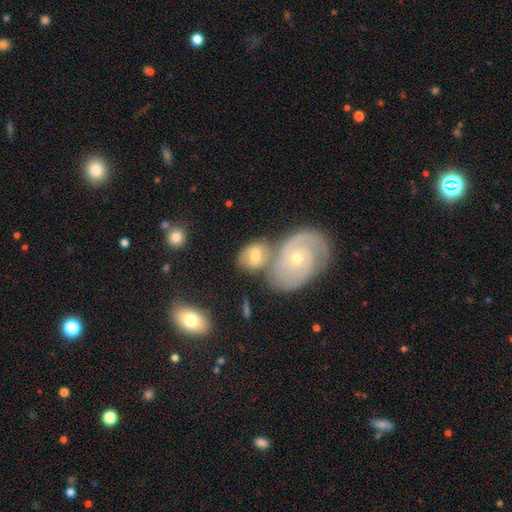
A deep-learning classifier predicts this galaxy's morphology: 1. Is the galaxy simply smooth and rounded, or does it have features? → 64% featured or disk, 27% smooth, 9% star or artifact.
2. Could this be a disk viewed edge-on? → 95% no, 5% yes.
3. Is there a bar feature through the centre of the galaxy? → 61% no, 31% weak, 8% strong.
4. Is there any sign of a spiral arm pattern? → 90% yes, 10% no.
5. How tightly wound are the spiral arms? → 54% tight, 37% medium, 9% loose.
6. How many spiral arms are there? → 66% 2, 17% can't tell, 9% 3, 3% 1, 3% 4, 2% more than 4.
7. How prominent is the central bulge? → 51% small, 44% moderate, 3% large, 1% none, 1% dominant.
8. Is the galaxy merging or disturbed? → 43% none, 36% merger, 15% minor disturbance, 6% major disturbance.